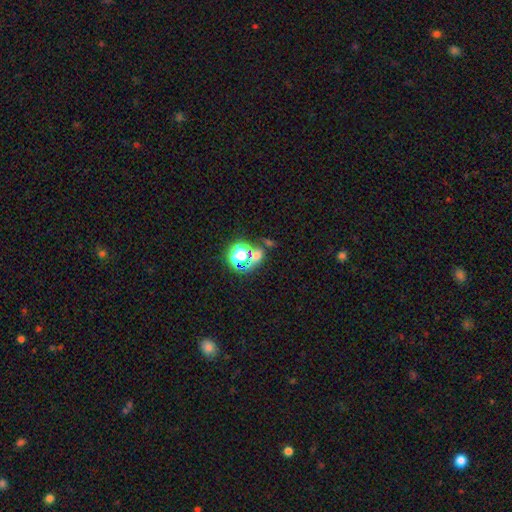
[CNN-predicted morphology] Q: Smooth or featured?
A: star or artifact (70%); runner-up: smooth (21%)